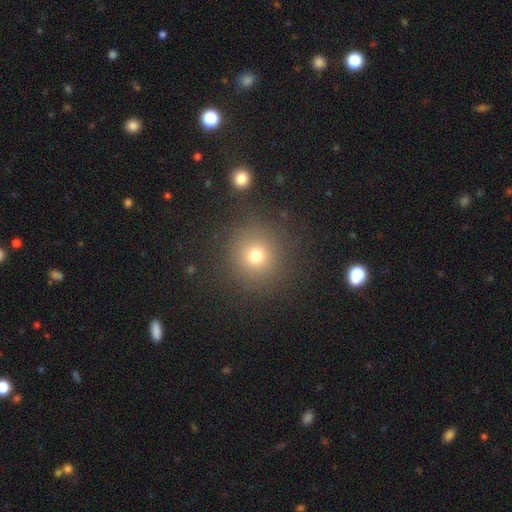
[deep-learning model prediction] A smooth galaxy with no disk features (73%) that is round (92%).

Vote fractions:
- Smooth or featured? smooth: 73% / star or artifact: 18% / featured or disk: 9%
- How rounded? round: 92% / in between: 7% / cigar-shaped: 1%
- Merging? none: 86% / minor disturbance: 8% / major disturbance: 4% / merger: 2%